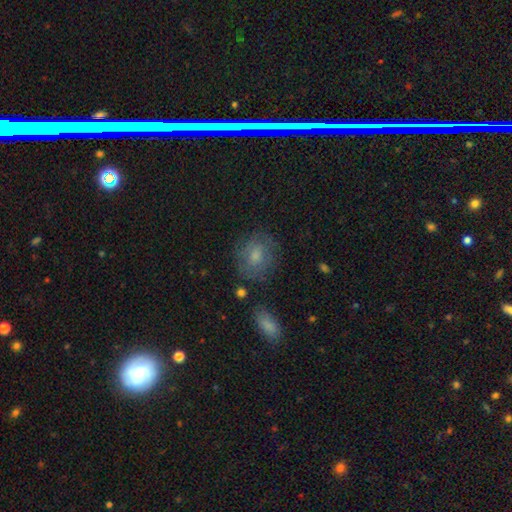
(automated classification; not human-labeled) smooth_or_featured: smooth (p=0.66) [alt: featured or disk p=0.24]
how_rounded: round (p=0.68) [alt: in between p=0.31]
merging: none (p=0.72) [alt: minor disturbance p=0.17]